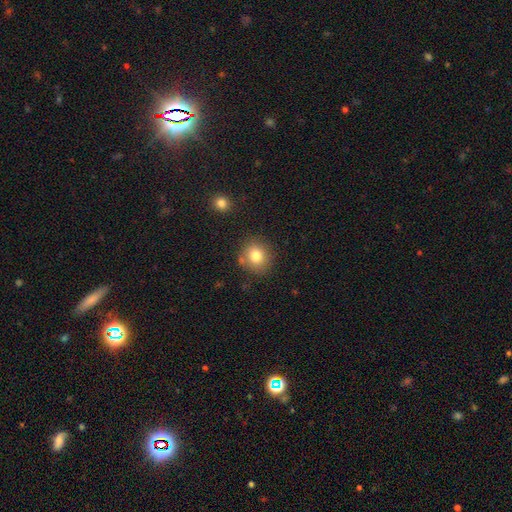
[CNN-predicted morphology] Smooth or featured? Predicted: smooth (p=0.80). How rounded? Predicted: round (p=0.85). Merging? Predicted: none (p=0.80).